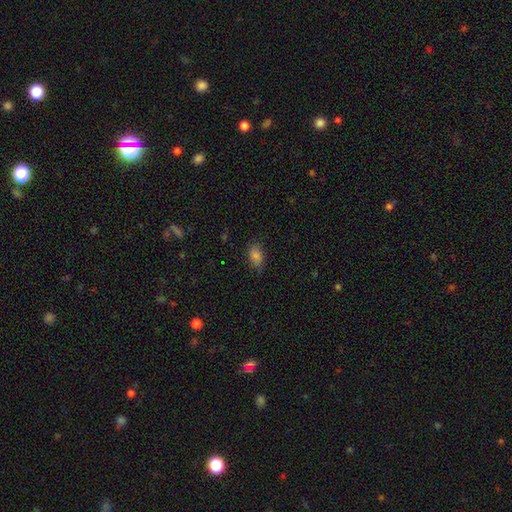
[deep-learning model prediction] smooth-or-featured: smooth: 82% | star or artifact: 11% | featured or disk: 7%
  how-rounded: in between: 88% | round: 10% | cigar-shaped: 2%
  merging: none: 74% | minor disturbance: 21% | major disturbance: 5% | merger: 1%